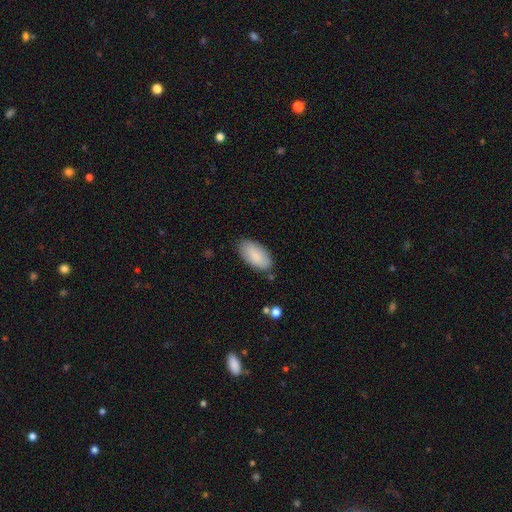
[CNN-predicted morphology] Smooth or featured?
  - smooth: 87% *
  - featured or disk: 7%
  - star or artifact: 6%
How rounded?
  - in between: 94% *
  - cigar-shaped: 4%
  - round: 2%
Merging?
  - none: 81% *
  - minor disturbance: 14%
  - major disturbance: 3%
  - merger: 2%